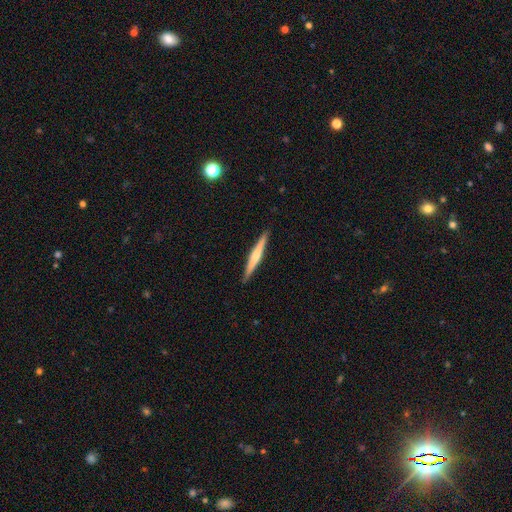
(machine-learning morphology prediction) smooth-or-featured: featured or disk: 52% | smooth: 43% | star or artifact: 5%
  disk-edge-on: yes: 98% | no: 2%
    edge-on-bulge: rounded: 45% | none: 41% | boxy: 14%
  merging: none: 91% | minor disturbance: 6% | major disturbance: 1% | merger: 1%